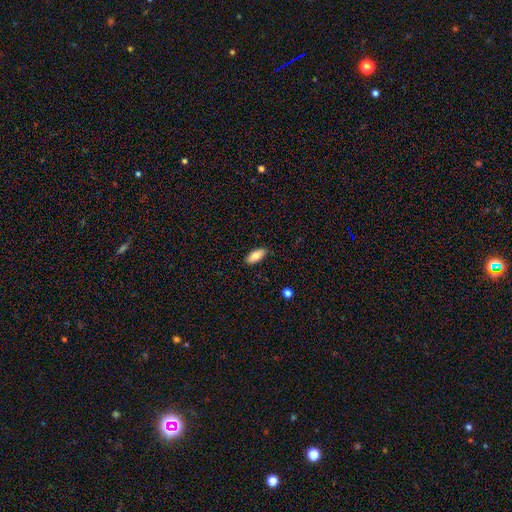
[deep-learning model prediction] smooth 80%, featured or disk 13%, star or artifact 7%. Down the decision tree: how rounded — in between (87%); merging — none (87%).